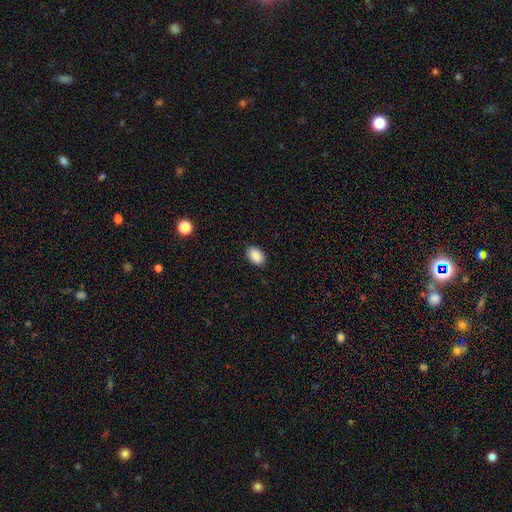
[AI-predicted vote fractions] Smooth or featured? smooth (88%)
How rounded? in between (87%)
Merging? none (88%)